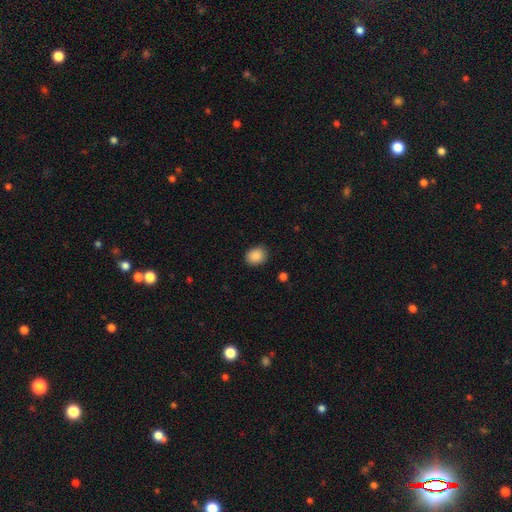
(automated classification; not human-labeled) smooth-or-featured: smooth: 89% | star or artifact: 8% | featured or disk: 3%
  how-rounded: in between: 52% | round: 47% | cigar-shaped: 1%
  merging: none: 86% | minor disturbance: 10% | major disturbance: 2% | merger: 1%